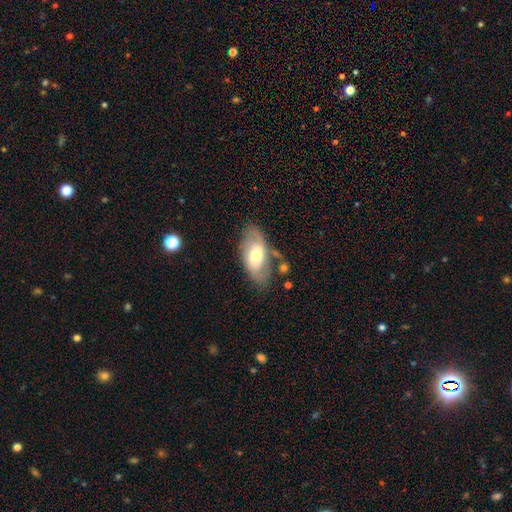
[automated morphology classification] Smooth or featured? Predicted: smooth (p=0.54). How rounded? Predicted: in between (p=0.92). Merging? Predicted: none (p=0.62).